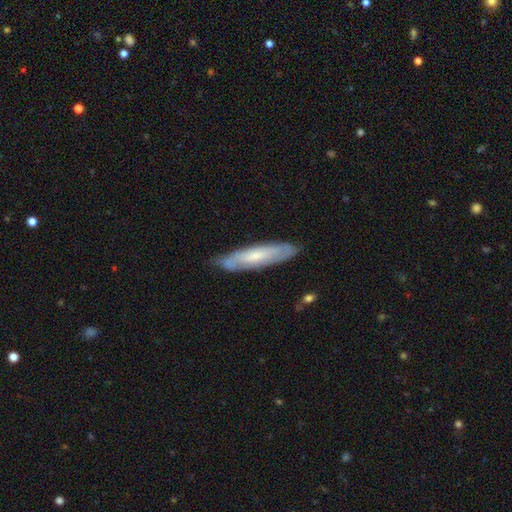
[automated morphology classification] Smooth or featured: featured or disk — 49% (smooth — 44%)
Merging: none — 77% (minor disturbance — 18%)